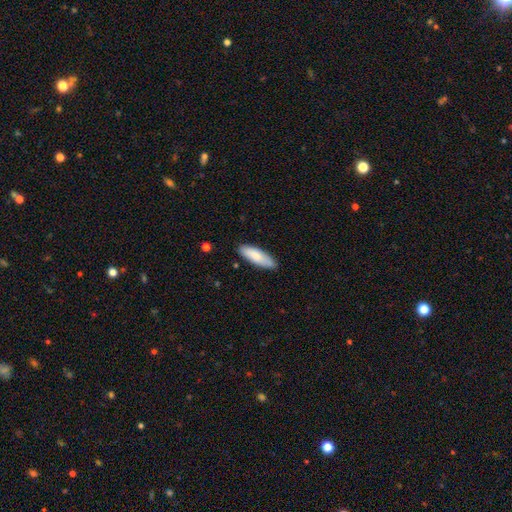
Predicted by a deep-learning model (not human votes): A smooth galaxy with no disk features (84%) that is in between round and cigar-shaped (58%).

Vote fractions:
- Smooth or featured? smooth: 84% / featured or disk: 11% / star or artifact: 5%
- How rounded? in between: 58% / cigar-shaped: 41% / round: 2%
- Merging? none: 84% / minor disturbance: 13% / major disturbance: 2% / merger: 1%